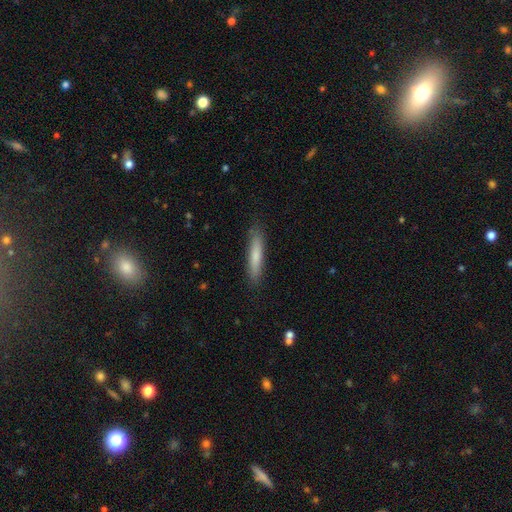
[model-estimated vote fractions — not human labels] A smooth galaxy with no disk features (75%) that is cigar-shaped (89%).

Vote fractions:
- Smooth or featured? smooth: 75% / featured or disk: 19% / star or artifact: 6%
- How rounded? cigar-shaped: 89% / in between: 10% / round: 1%
- Merging? none: 85% / minor disturbance: 11% / major disturbance: 2% / merger: 1%